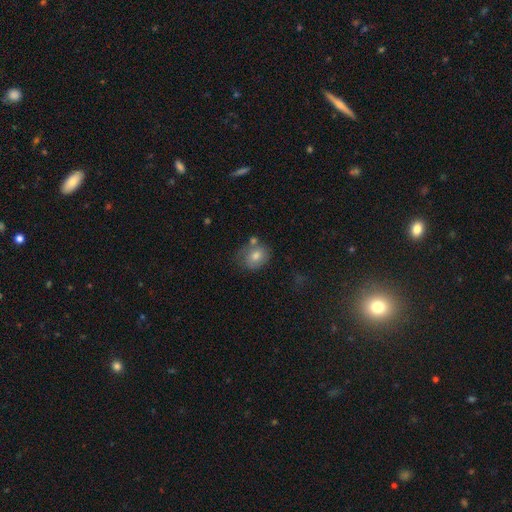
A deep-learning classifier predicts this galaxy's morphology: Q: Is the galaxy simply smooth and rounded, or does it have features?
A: smooth — 73%.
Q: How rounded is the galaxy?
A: round — 56%.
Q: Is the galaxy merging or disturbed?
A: none — 60%.